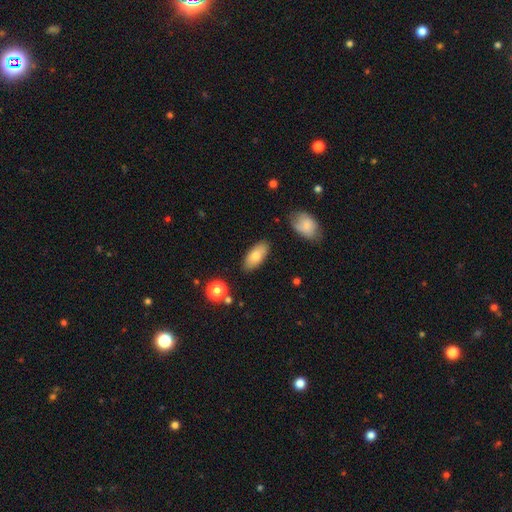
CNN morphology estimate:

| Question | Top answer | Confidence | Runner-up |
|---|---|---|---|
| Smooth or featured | smooth | 79% | featured or disk (15%) |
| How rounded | in between | 87% | cigar-shaped (10%) |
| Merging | none | 84% | minor disturbance (11%) |